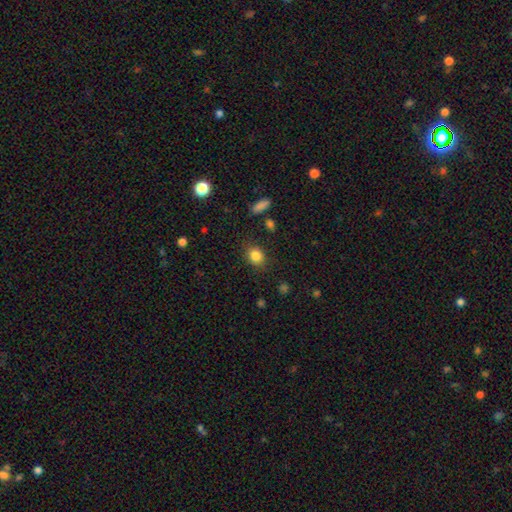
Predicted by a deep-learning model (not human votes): Morphology: type=smooth (84%); roundness=round (59%); merging=none (84%).